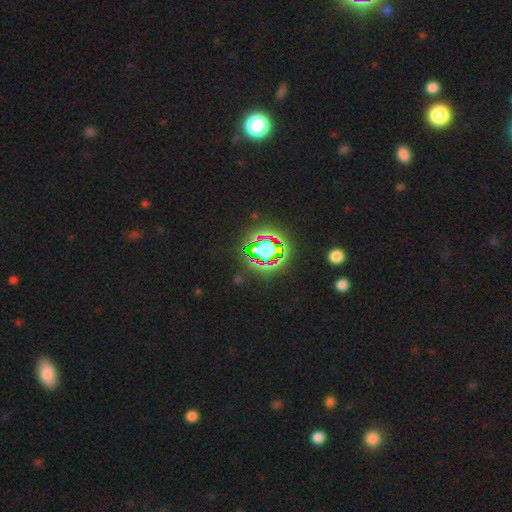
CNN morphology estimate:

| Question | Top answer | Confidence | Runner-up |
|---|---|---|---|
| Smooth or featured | star or artifact | 77% | smooth (13%) |